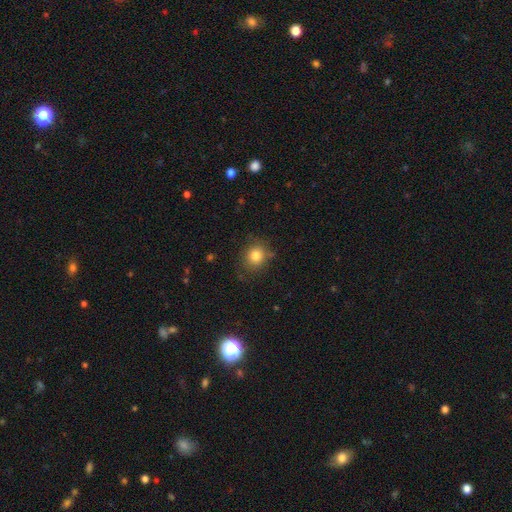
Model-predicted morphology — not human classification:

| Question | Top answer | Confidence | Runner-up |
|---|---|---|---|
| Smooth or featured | smooth | 81% | star or artifact (11%) |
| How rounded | round | 78% | in between (21%) |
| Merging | none | 78% | minor disturbance (16%) |